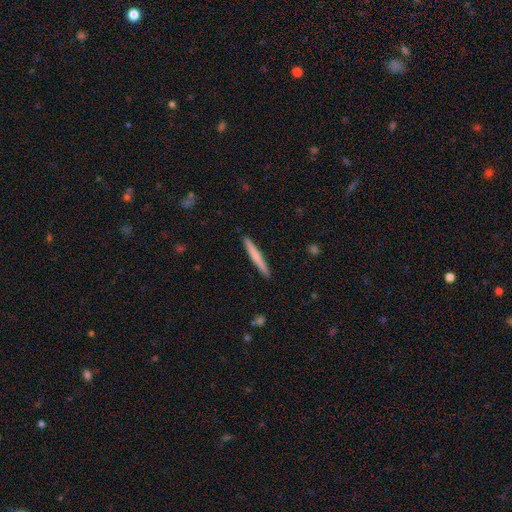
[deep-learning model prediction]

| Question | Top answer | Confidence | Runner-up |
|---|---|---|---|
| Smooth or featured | smooth | 66% | featured or disk (29%) |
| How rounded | cigar-shaped | 96% | in between (2%) |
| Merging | none | 92% | minor disturbance (6%) |